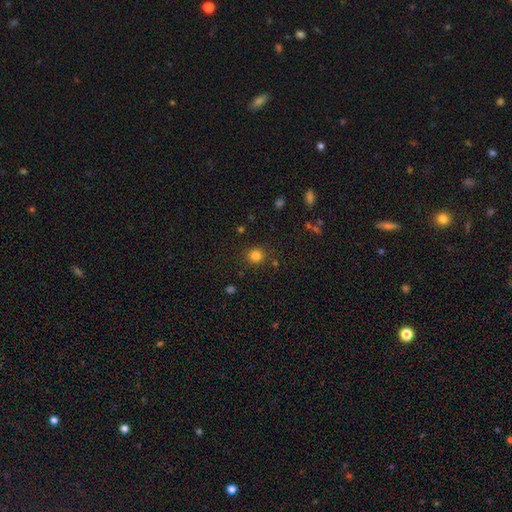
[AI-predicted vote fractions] Smooth or featured? Predicted: smooth (p=0.82). How rounded? Predicted: round (p=0.91). Merging? Predicted: none (p=0.85).